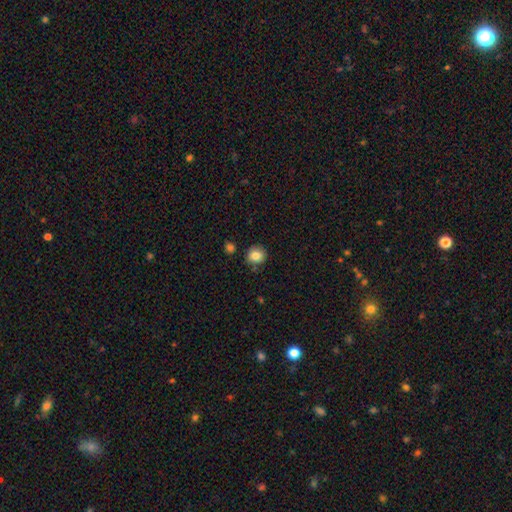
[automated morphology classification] smooth-or-featured: smooth: 84% | star or artifact: 10% | featured or disk: 6%
  how-rounded: round: 85% | in between: 14% | cigar-shaped: 1%
  merging: none: 84% | minor disturbance: 10% | merger: 3% | major disturbance: 2%